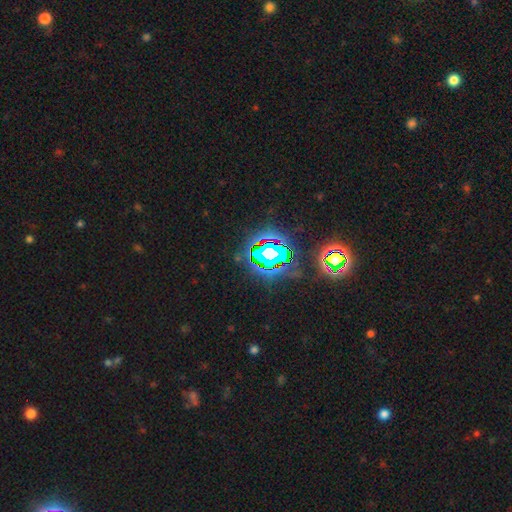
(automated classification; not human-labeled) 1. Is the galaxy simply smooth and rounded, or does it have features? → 82% star or artifact, 10% smooth, 7% featured or disk.